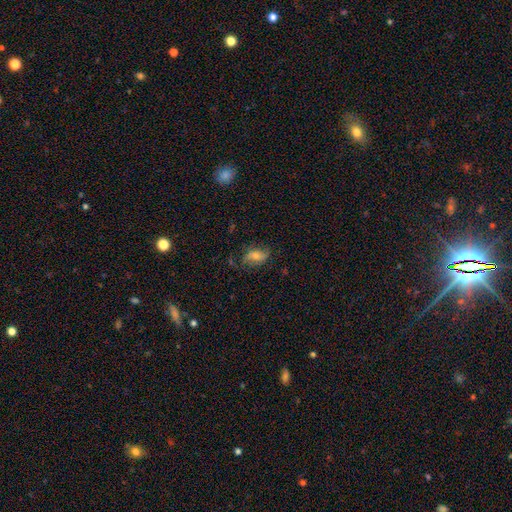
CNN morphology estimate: This appears to be a smooth galaxy with no disk features (44%). Merging: none (69%).